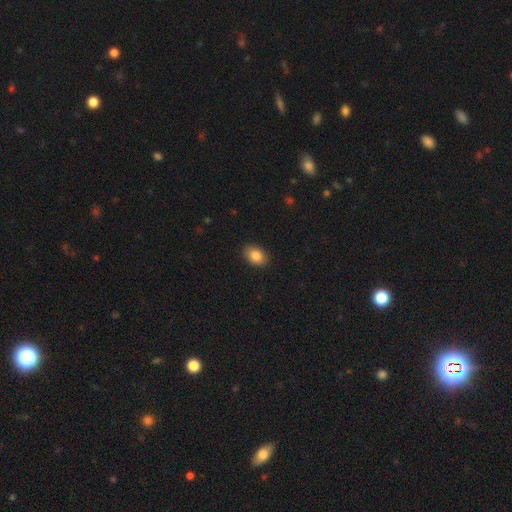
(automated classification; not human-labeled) A smooth galaxy with no disk features (87%) that is in between round and cigar-shaped (78%).

Vote fractions:
- Smooth or featured? smooth: 87% / star or artifact: 8% / featured or disk: 5%
- How rounded? in between: 78% / round: 21% / cigar-shaped: 1%
- Merging? none: 88% / minor disturbance: 9% / major disturbance: 2% / merger: 1%